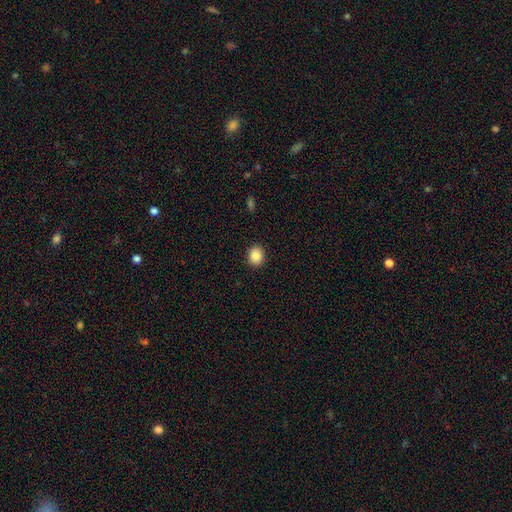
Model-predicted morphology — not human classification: Smooth or featured? smooth (87%)
How rounded? round (66%)
Merging? none (91%)